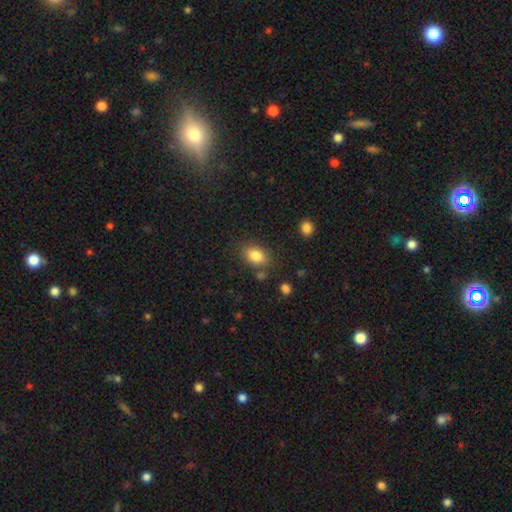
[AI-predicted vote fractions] smooth 84%, star or artifact 9%, featured or disk 7%. Down the decision tree: how rounded — in between (77%); merging — none (76%).